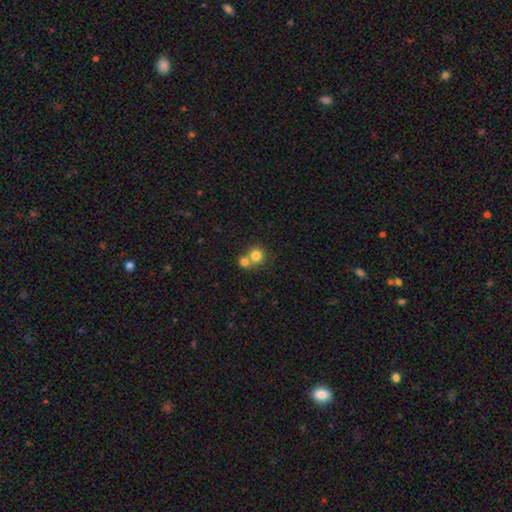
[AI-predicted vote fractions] smooth 79%, star or artifact 11%, featured or disk 10%. Down the decision tree: how rounded — round (88%); merging — merger (47%).